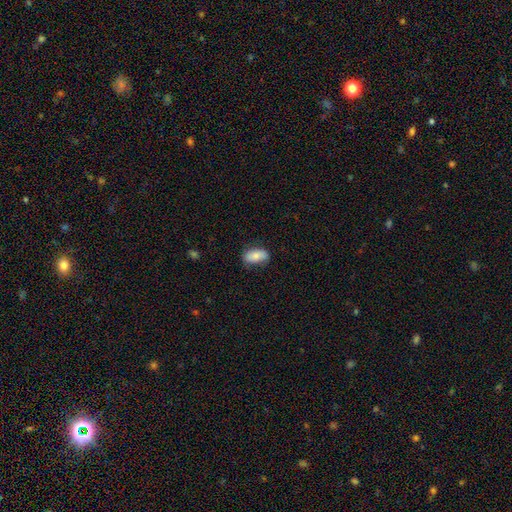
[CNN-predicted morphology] Q: Smooth or featured?
A: smooth (81%); runner-up: featured or disk (13%)
Q: How rounded?
A: in between (91%); runner-up: cigar-shaped (5%)
Q: Merging?
A: none (74%); runner-up: minor disturbance (21%)